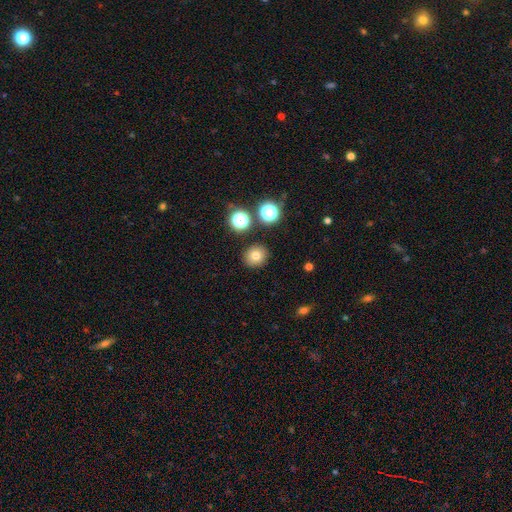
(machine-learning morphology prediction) This is likely a smooth galaxy (75%). How rounded: clearly round (86%). Merging: clearly none (88%).